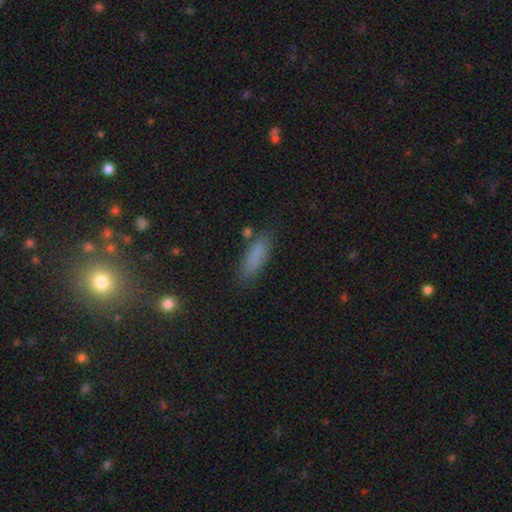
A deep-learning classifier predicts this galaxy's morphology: A smooth galaxy with no disk features (82%) that is in between round and cigar-shaped (49%).

Vote fractions:
- Smooth or featured? smooth: 82% / star or artifact: 10% / featured or disk: 8%
- How rounded? in between: 49% / cigar-shaped: 48% / round: 2%
- Merging? none: 78% / minor disturbance: 15% / major disturbance: 4% / merger: 3%